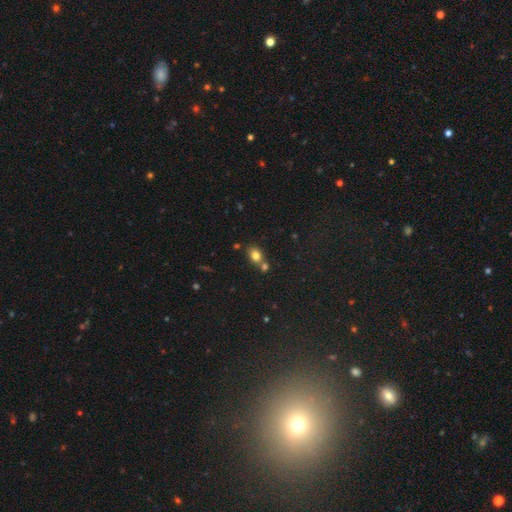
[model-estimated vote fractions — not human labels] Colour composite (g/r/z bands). It shows a smooth galaxy with no disk features (80%) that is in between round and cigar-shaped (62%). Merging: none (54%).